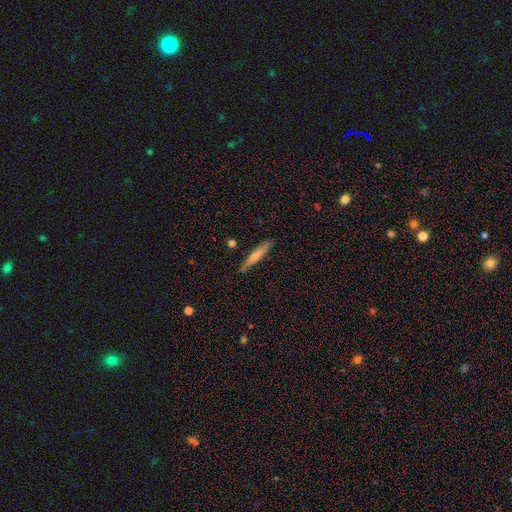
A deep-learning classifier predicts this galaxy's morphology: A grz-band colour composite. It shows a smooth galaxy with no disk features (61%) that is cigar-shaped (92%). Merging: none (85%).